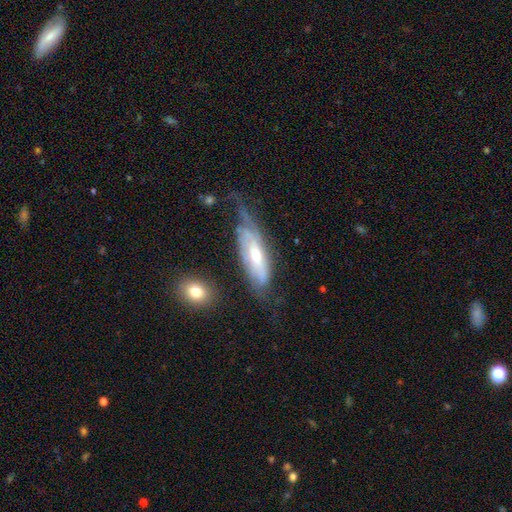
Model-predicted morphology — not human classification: This is likely a featured or disk galaxy (72%). It is likely not viewed edge-on (75%). Bar: possibly no (54%). Spiral arm pattern: clearly yes (82%). Central bulge: possibly moderate (54%). Merging: marginally none (41%).